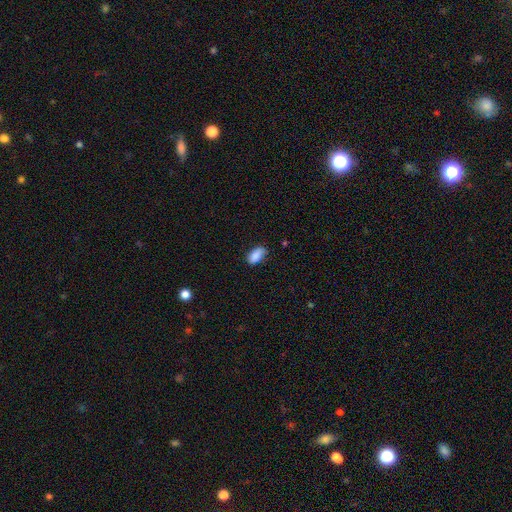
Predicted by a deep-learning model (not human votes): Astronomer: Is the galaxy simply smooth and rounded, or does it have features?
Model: smooth — 87%.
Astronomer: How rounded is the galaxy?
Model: in between — 93%.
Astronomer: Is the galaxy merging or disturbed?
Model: none — 70%.